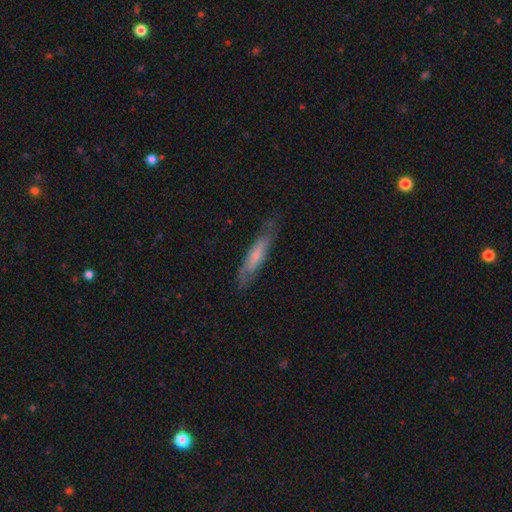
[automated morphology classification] type=smooth (49%); merging=none (75%).